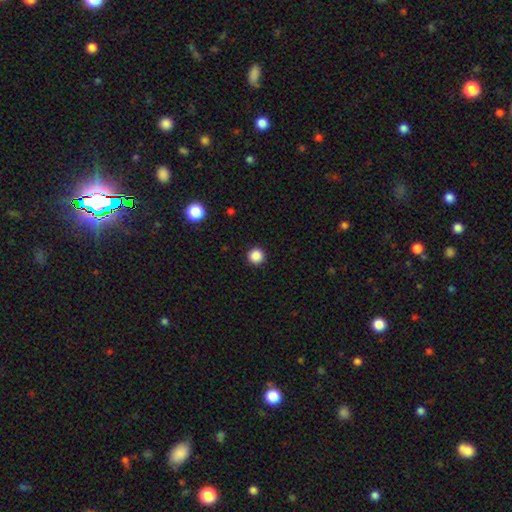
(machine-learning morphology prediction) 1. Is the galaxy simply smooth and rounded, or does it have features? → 87% smooth, 11% star or artifact, 2% featured or disk.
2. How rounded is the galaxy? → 96% round, 3% in between, 1% cigar-shaped.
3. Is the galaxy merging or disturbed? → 93% none, 5% minor disturbance, 2% major disturbance, 1% merger.